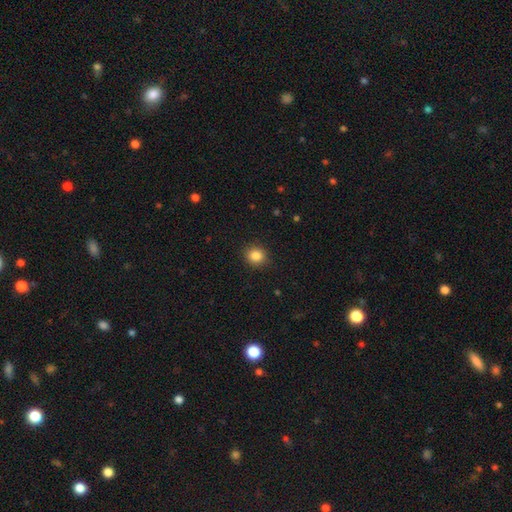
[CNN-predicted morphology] This is clearly a smooth galaxy (85%). How rounded: clearly round (82%). Merging: clearly none (90%).